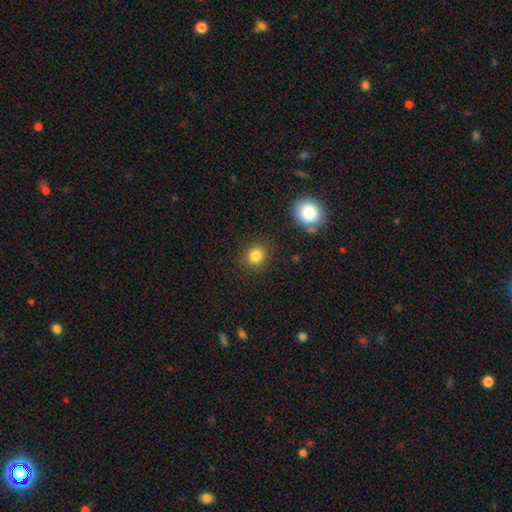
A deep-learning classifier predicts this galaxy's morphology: type=smooth (84%); roundness=round (81%); merging=none (85%).